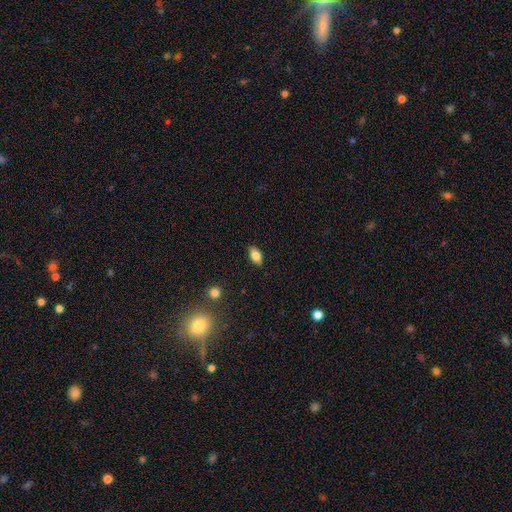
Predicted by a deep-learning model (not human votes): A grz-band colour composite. It shows a smooth galaxy with no disk features (82%) that is in between round and cigar-shaped (90%). Merging: none (87%).